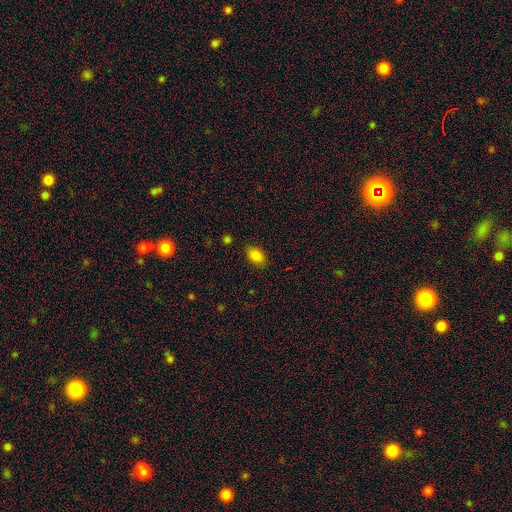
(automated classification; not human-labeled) Smooth or featured? Predicted: smooth (p=0.86). How rounded? Predicted: in between (p=0.87). Merging? Predicted: none (p=0.83).